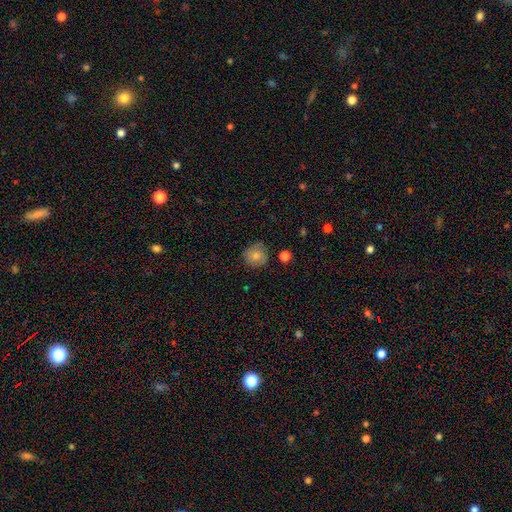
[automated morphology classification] Smooth or featured: smooth — 78% (featured or disk — 13%)
How rounded: round — 90% (in between — 9%)
Merging: none — 77% (minor disturbance — 17%)